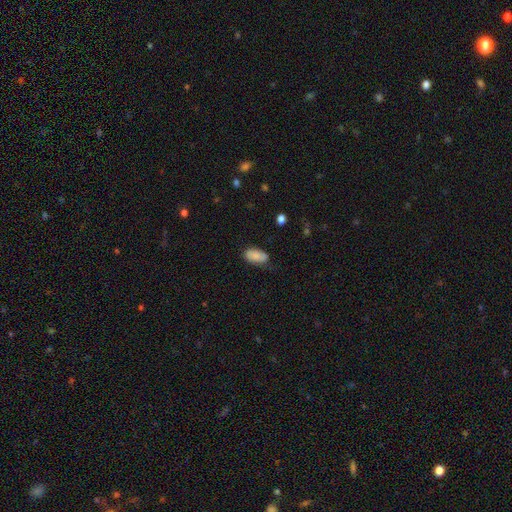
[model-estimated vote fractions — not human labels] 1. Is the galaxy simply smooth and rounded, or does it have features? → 80% smooth, 13% featured or disk, 7% star or artifact.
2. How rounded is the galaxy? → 94% in between, 4% round, 3% cigar-shaped.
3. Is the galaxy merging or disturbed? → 68% none, 25% minor disturbance, 5% major disturbance, 2% merger.